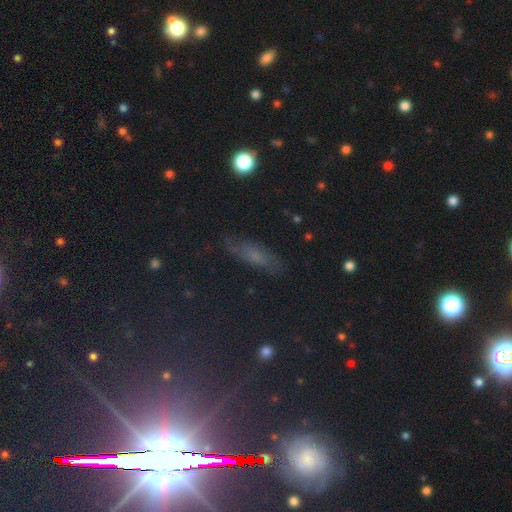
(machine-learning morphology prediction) smooth-or-featured: smooth: 49% | featured or disk: 28% | star or artifact: 23%
  merging: none: 77% | minor disturbance: 16% | major disturbance: 5% | merger: 2%